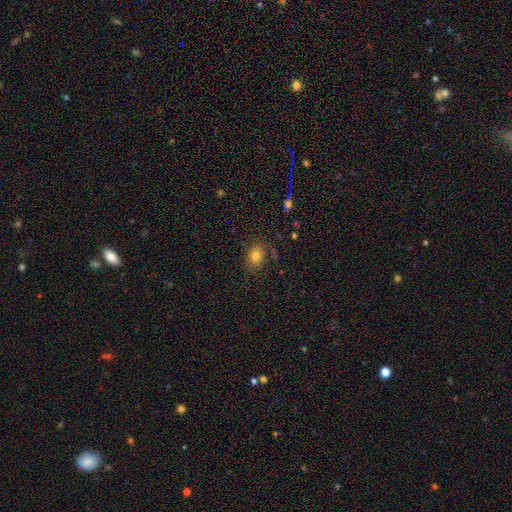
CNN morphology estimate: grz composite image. It shows a smooth galaxy with no disk features (77%) that is round (57%). Merging: none (80%).